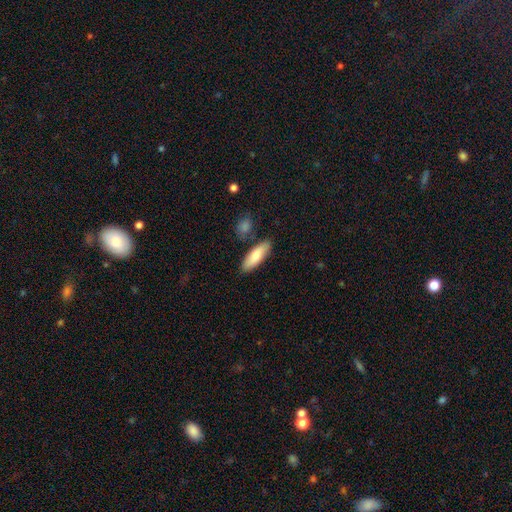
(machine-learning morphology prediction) The model was most divided on "how rounded": in between: 58%, cigar-shaped: 40%, round: 2%. More confident: merging — none (82%); smooth or featured — smooth (77%).